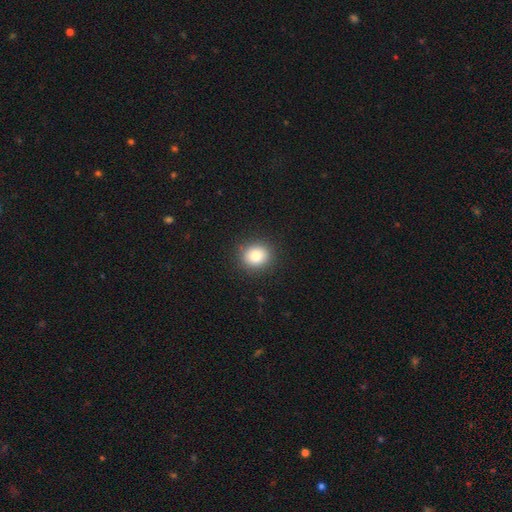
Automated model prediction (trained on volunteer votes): A smooth galaxy with no disk features (84%) that is round (77%).

Vote fractions:
- Smooth or featured? smooth: 84% / star or artifact: 10% / featured or disk: 6%
- How rounded? round: 77% / in between: 22% / cigar-shaped: 1%
- Merging? none: 89% / minor disturbance: 7% / major disturbance: 2% / merger: 1%